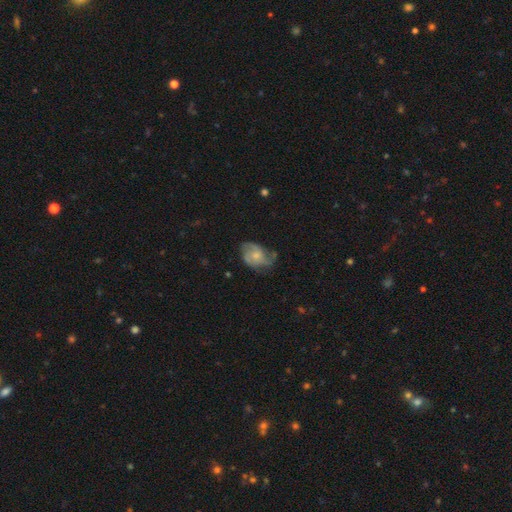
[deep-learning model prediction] A featured or disk galaxy (64%) with no bar (74%), 2 (35%) medium (46%) spiral arms (86%) and a small central bulge (51%). Merging: none (49%).